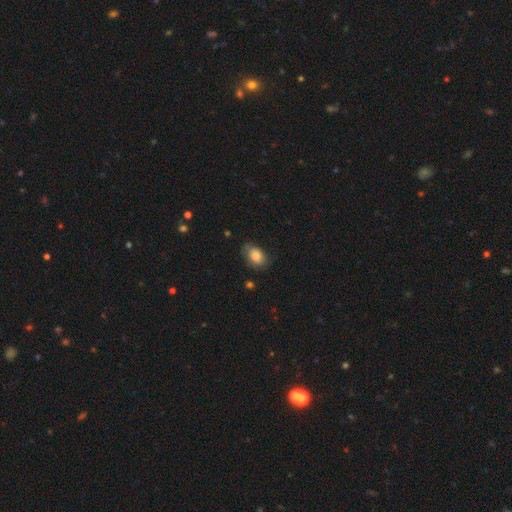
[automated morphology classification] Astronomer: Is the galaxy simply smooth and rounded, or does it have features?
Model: smooth — 81%.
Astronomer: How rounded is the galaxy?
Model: in between — 78%.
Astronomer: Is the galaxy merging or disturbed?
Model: none — 64%.